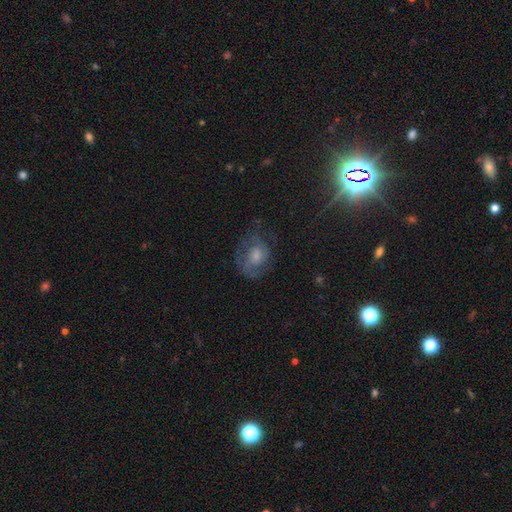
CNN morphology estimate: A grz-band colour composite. It shows a featured or disk galaxy (45%). Merging: none (52%).